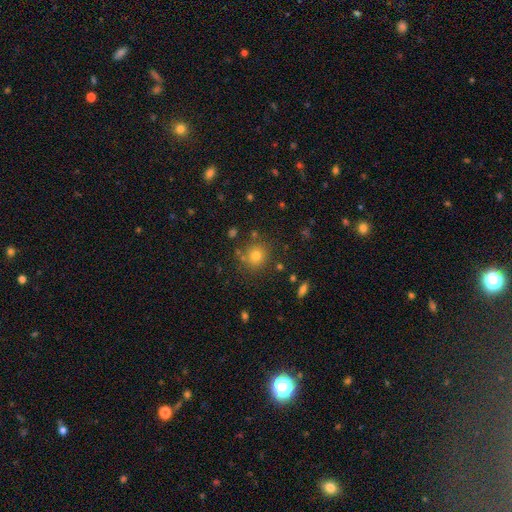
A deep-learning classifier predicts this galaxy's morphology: Smooth or featured: smooth — 74% (star or artifact — 17%)
How rounded: round — 86% (in between — 13%)
Merging: none — 81% (minor disturbance — 10%)